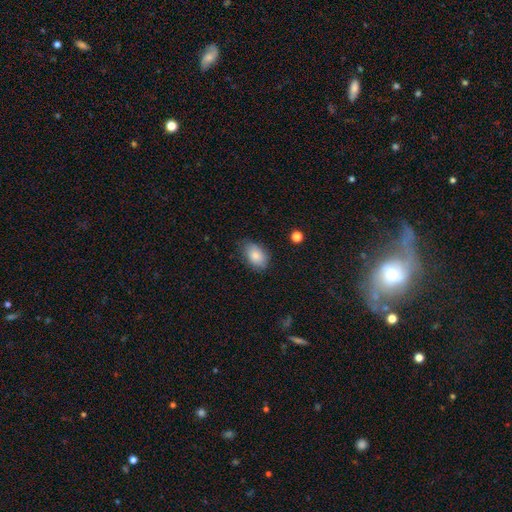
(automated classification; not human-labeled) smooth_or_featured: smooth (p=0.84) [alt: featured or disk p=0.09]
how_rounded: in between (p=0.88) [alt: round p=0.11]
merging: none (p=0.75) [alt: minor disturbance p=0.20]